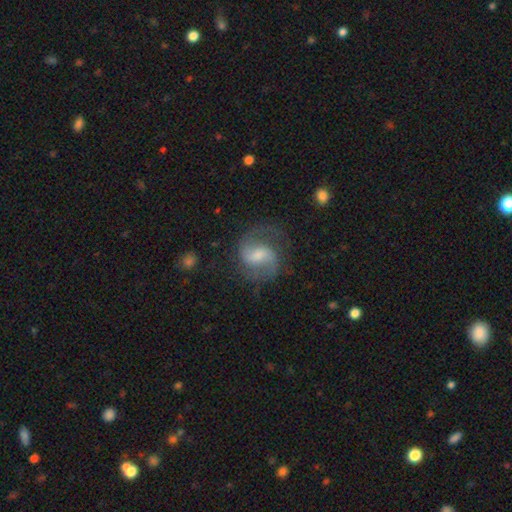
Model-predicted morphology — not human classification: smooth-or-featured: featured or disk: 81% | smooth: 12% | star or artifact: 7%
  disk-edge-on: no: 98% | yes: 2%
    bar: weak: 54% | no: 24% | strong: 22%
    has-spiral-arms: yes: 96% | no: 4%
      spiral-winding: medium: 54% | loose: 30% | tight: 16%
      spiral-arm-count: 2: 90% | can't tell: 4% | 1: 3% | 3: 1% | 4: 1% | more than 4: 1%
    bulge-size: moderate: 42% | small: 38% | none: 11% | large: 8% | dominant: 1%
  merging: none: 74% | minor disturbance: 15% | major disturbance: 9% | merger: 1%